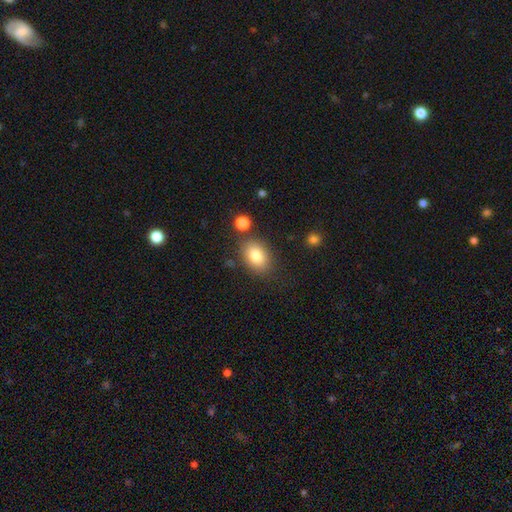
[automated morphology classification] A smooth galaxy with no disk features (81%) that is in between round and cigar-shaped (78%).

Vote fractions:
- Smooth or featured? smooth: 81% / featured or disk: 10% / star or artifact: 9%
- How rounded? in between: 78% / round: 20% / cigar-shaped: 1%
- Merging? none: 79% / minor disturbance: 12% / merger: 5% / major disturbance: 4%